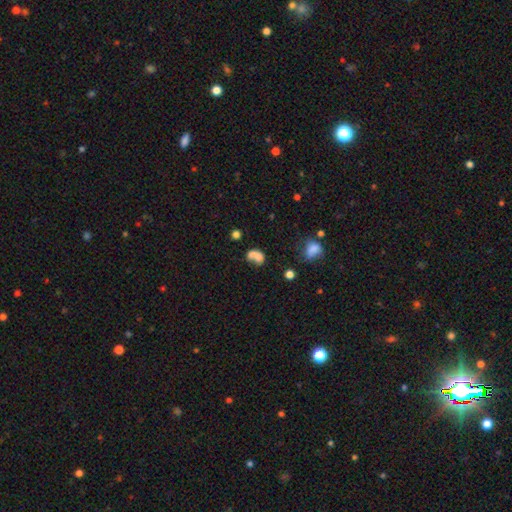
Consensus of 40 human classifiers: A smooth galaxy with no disk features (82%) that is in between round and cigar-shaped (64%).

Vote fractions:
- Smooth or featured? smooth: 82% / featured or disk: 10% / star or artifact: 8%
- How rounded? in between: 64% / round: 36% / cigar-shaped: 0%
- Merging? merger: 54% / none: 30% / minor disturbance: 8% / major disturbance: 8%